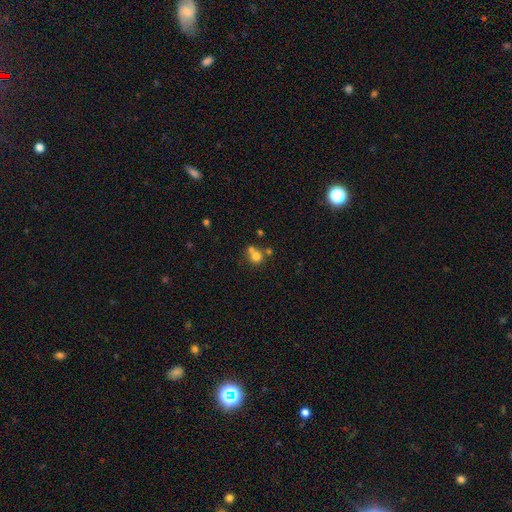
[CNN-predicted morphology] smooth-or-featured: smooth: 74% | star or artifact: 14% | featured or disk: 12%
  how-rounded: round: 86% | in between: 13% | cigar-shaped: 1%
  merging: none: 47% | merger: 42% | minor disturbance: 7% | major disturbance: 4%